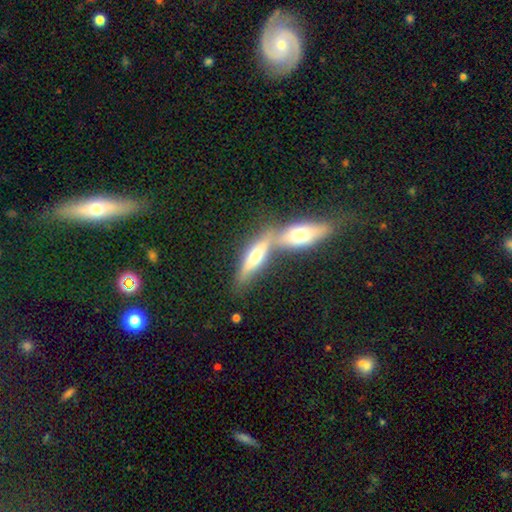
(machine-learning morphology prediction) smooth_or_featured: smooth (p=0.51) [alt: featured or disk p=0.42]
how_rounded: cigar-shaped (p=0.56) [alt: in between p=0.41]
merging: merger (p=0.51) [alt: none p=0.37]